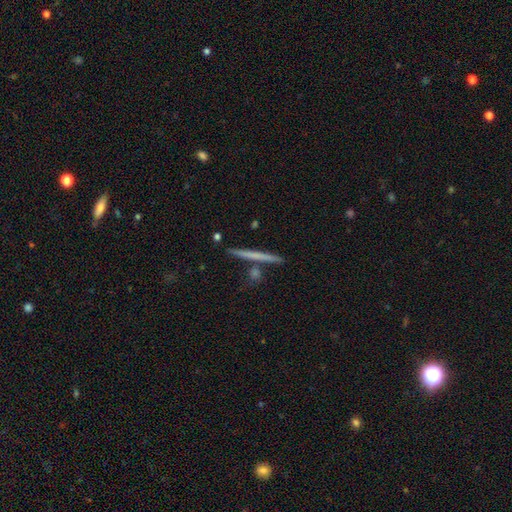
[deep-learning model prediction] The model was most divided on "smooth or featured": smooth: 52%, featured or disk: 42%, star or artifact: 6%. More confident: how rounded — cigar-shaped (96%); merging — none (87%).